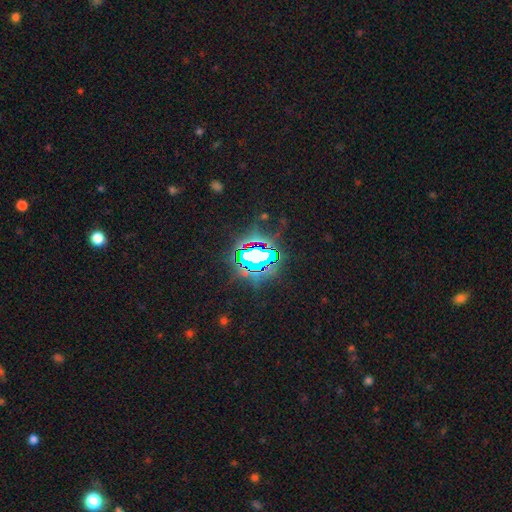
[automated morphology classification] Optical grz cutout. It shows a star or artifact, not a galaxy (74%).